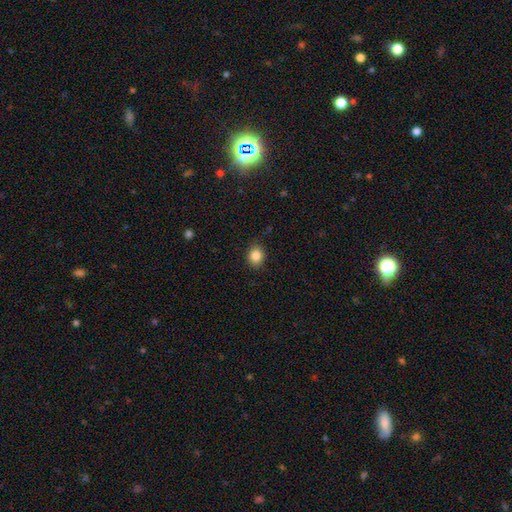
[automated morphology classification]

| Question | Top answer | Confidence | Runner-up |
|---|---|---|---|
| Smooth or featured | smooth | 85% | star or artifact (10%) |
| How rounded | round | 59% | in between (40%) |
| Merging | none | 85% | minor disturbance (11%) |